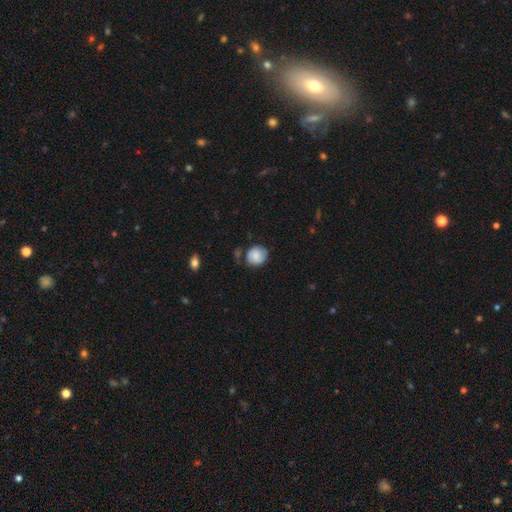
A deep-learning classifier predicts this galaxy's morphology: smooth-or-featured: smooth: 70% | featured or disk: 22% | star or artifact: 8%
  how-rounded: round: 80% | in between: 19% | cigar-shaped: 1%
  merging: none: 64% | minor disturbance: 25% | major disturbance: 7% | merger: 5%